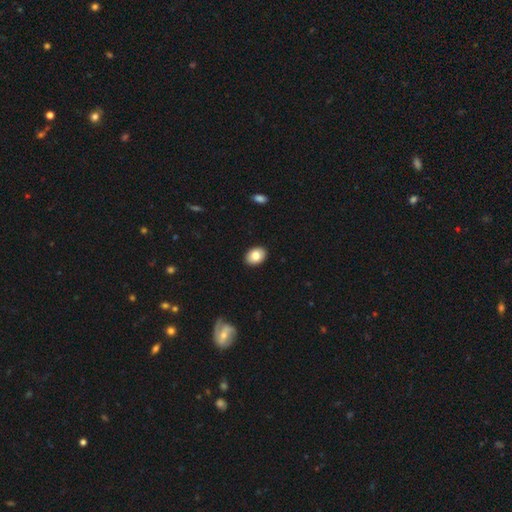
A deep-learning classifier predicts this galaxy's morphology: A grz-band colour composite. It shows a smooth galaxy with no disk features (83%) that is in between round and cigar-shaped (72%). Merging: none (91%).